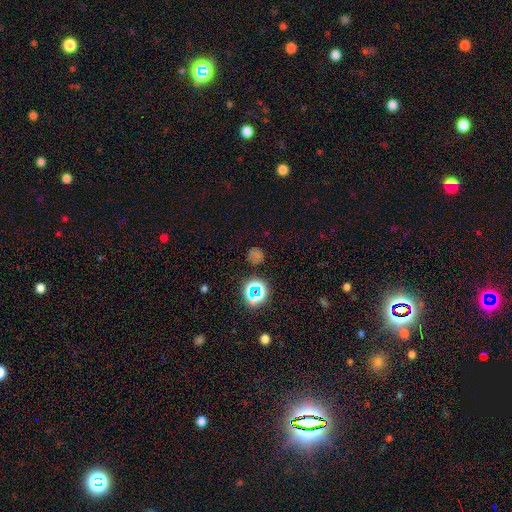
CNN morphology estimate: This appears to be a smooth galaxy with no disk features (50%) that is round (88%). Merging: none (79%).